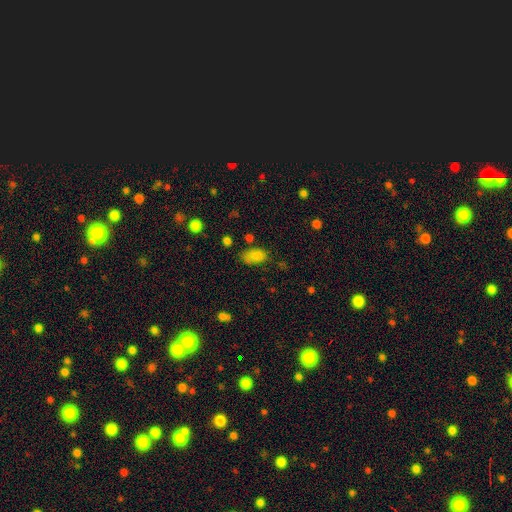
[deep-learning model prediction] Overall: smooth (81%). How rounded: in between (90%). Merging: none (58%; minor disturbance 27%).